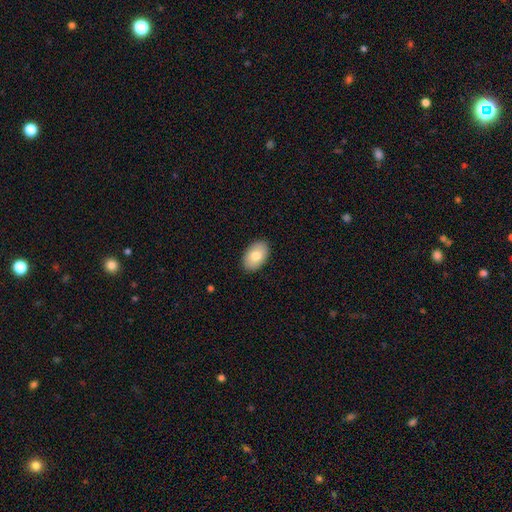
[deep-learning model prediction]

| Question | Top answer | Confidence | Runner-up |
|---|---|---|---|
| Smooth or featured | smooth | 79% | featured or disk (14%) |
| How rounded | in between | 91% | round (8%) |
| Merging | none | 89% | minor disturbance (8%) |